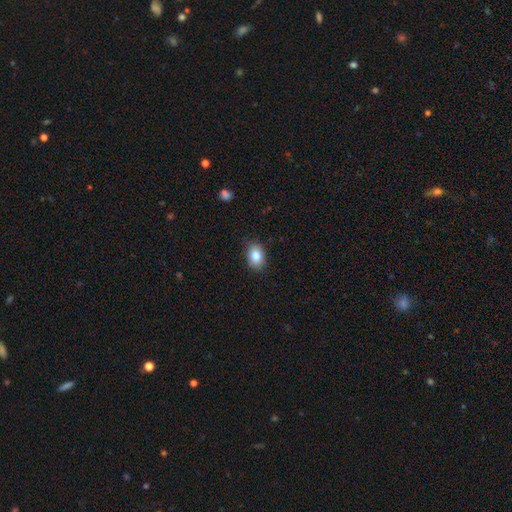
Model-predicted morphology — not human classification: A smooth galaxy with no disk features (85%) that is in between round and cigar-shaped (75%).

Vote fractions:
- Smooth or featured? smooth: 85% / star or artifact: 8% / featured or disk: 7%
- How rounded? in between: 75% / round: 24% / cigar-shaped: 1%
- Merging? none: 84% / minor disturbance: 12% / major disturbance: 2% / merger: 1%